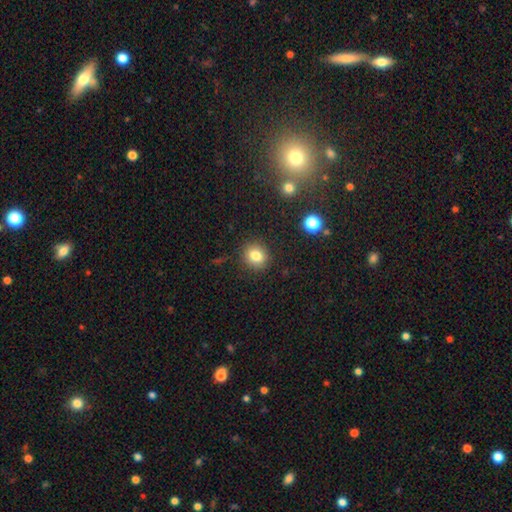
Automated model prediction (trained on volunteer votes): smooth-or-featured: smooth: 81% | star or artifact: 12% | featured or disk: 8%
  how-rounded: round: 75% | in between: 24% | cigar-shaped: 1%
  merging: none: 88% | minor disturbance: 8% | major disturbance: 3% | merger: 2%